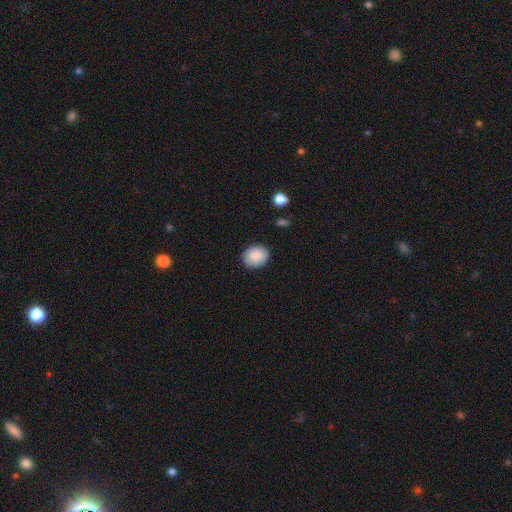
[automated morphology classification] smooth-or-featured: smooth: 89% | star or artifact: 7% | featured or disk: 4%
  how-rounded: round: 53% | in between: 46% | cigar-shaped: 1%
  merging: none: 88% | minor disturbance: 9% | major disturbance: 2% | merger: 1%